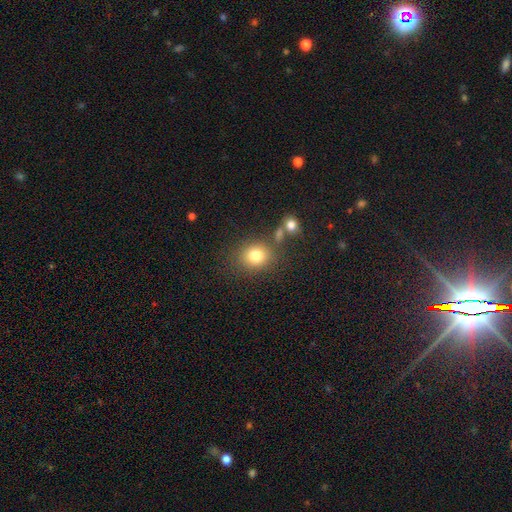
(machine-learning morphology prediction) Smooth or featured? smooth (80%)
How rounded? round (74%)
Merging? none (74%)